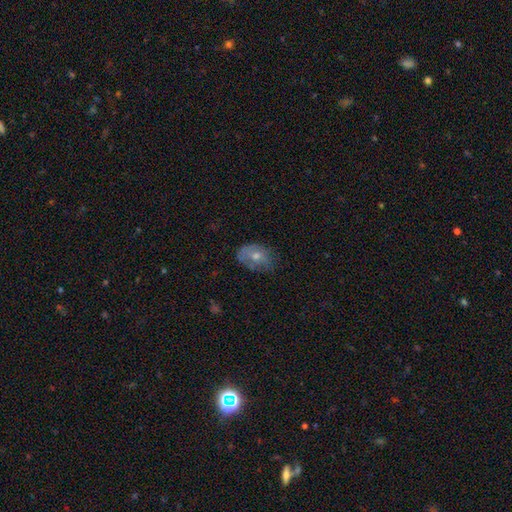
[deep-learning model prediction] Smooth or featured: smooth — 48% (featured or disk — 40%)
Merging: none — 60% (minor disturbance — 28%)